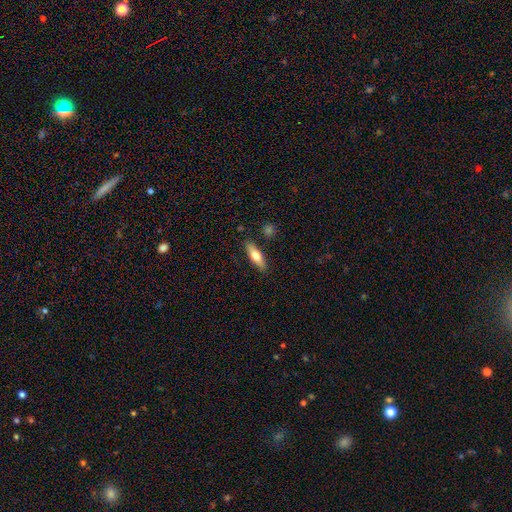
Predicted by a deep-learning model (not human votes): Smooth or featured: smooth — 62% (featured or disk — 32%)
How rounded: cigar-shaped — 52% (in between — 45%)
Merging: none — 85% (minor disturbance — 10%)